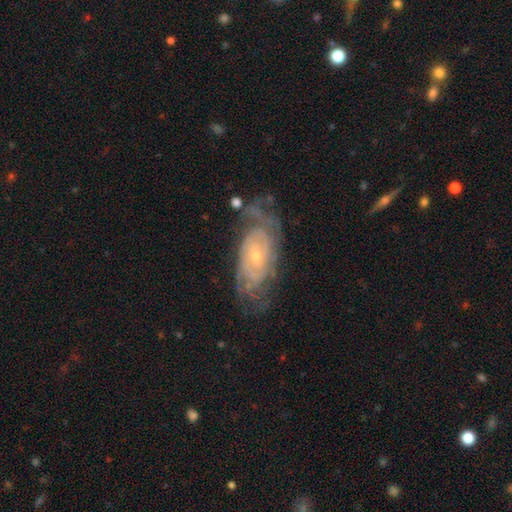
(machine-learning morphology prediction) Smooth or featured? featured or disk (84%)
Edge-on disk? no (94%)
Bar? no (68%)
Spiral arms? yes (93%)
Spiral winding? tight (73%)
Spiral arm count? can't tell (43%)
Bulge size? small (74%)
Merging? none (61%)